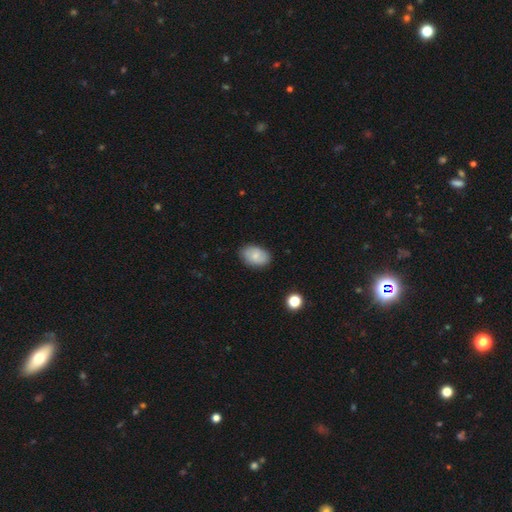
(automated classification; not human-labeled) A smooth galaxy with no disk features (71%) that is in between round and cigar-shaped (85%).

Vote fractions:
- Smooth or featured? smooth: 71% / featured or disk: 21% / star or artifact: 8%
- How rounded? in between: 85% / round: 14% / cigar-shaped: 1%
- Merging? none: 82% / minor disturbance: 14% / major disturbance: 3% / merger: 1%